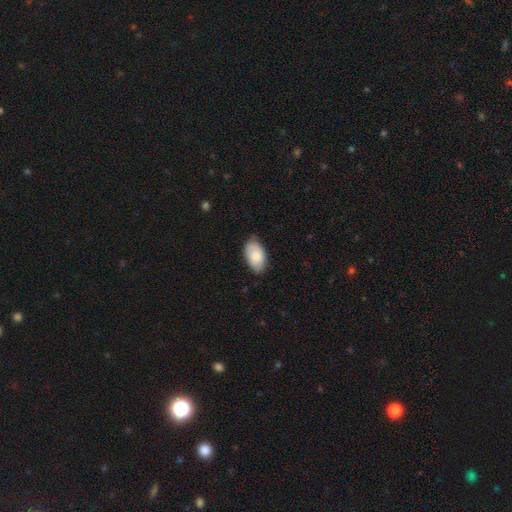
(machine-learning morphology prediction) Smooth or featured? smooth (78%)
How rounded? in between (94%)
Merging? none (76%)